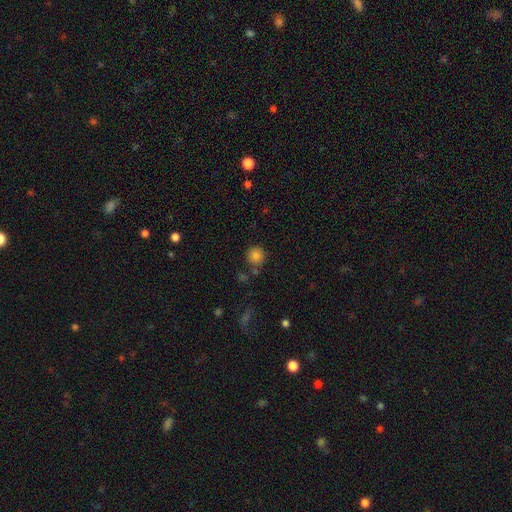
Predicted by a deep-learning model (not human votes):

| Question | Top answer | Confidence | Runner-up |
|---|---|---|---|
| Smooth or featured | smooth | 82% | star or artifact (12%) |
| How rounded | round | 93% | in between (6%) |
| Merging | none | 80% | minor disturbance (9%) |